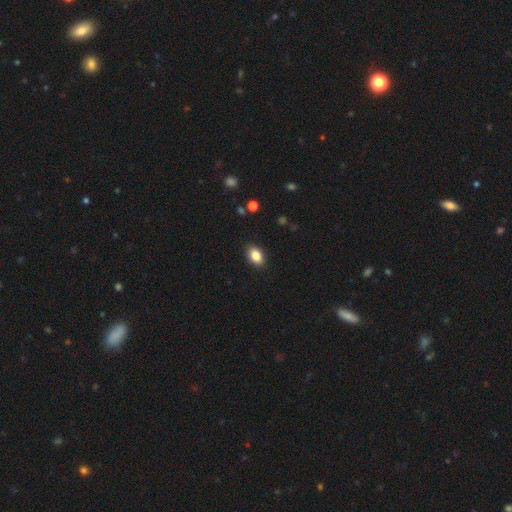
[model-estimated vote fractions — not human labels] Smooth or featured: smooth — 86% (star or artifact — 8%)
How rounded: in between — 86% (round — 13%)
Merging: none — 88% (minor disturbance — 9%)